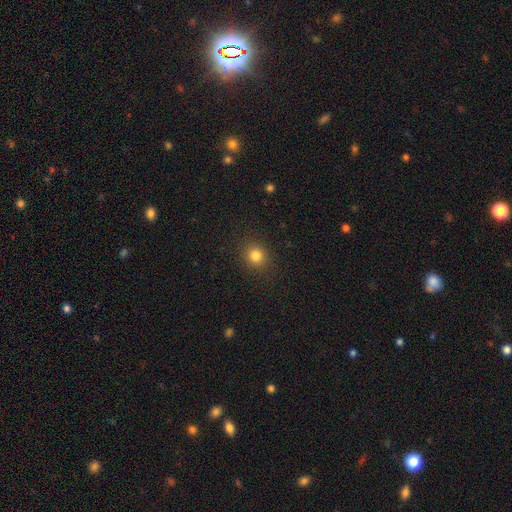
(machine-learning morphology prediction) type=smooth (82%); roundness=round (84%); merging=none (89%).